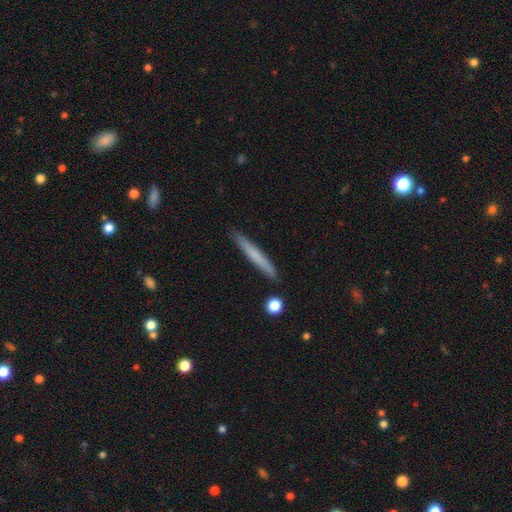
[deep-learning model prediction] Smooth or featured: smooth — 67% (featured or disk — 27%)
How rounded: cigar-shaped — 96% (in between — 3%)
Merging: none — 90% (minor disturbance — 7%)